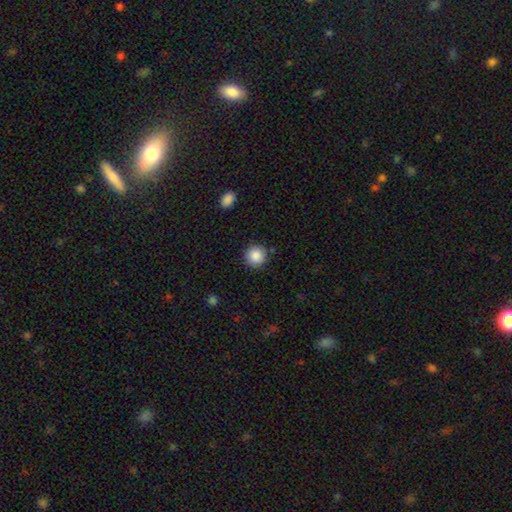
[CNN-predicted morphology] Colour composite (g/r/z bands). It shows a smooth galaxy with no disk features (88%) that is round (95%). Merging: none (89%).